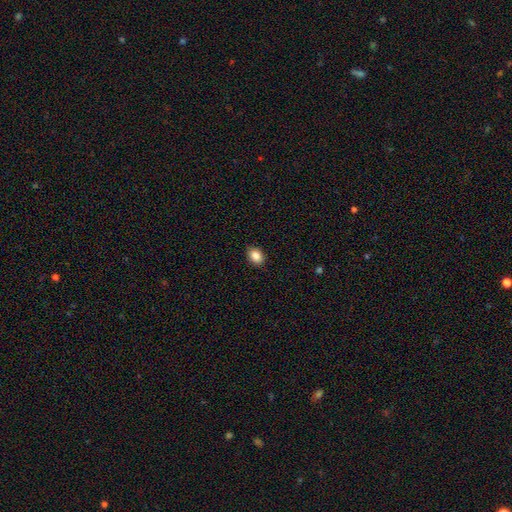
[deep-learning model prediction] Smooth or featured? Predicted: smooth (p=0.86). How rounded? Predicted: in between (p=0.64). Merging? Predicted: none (p=0.89).